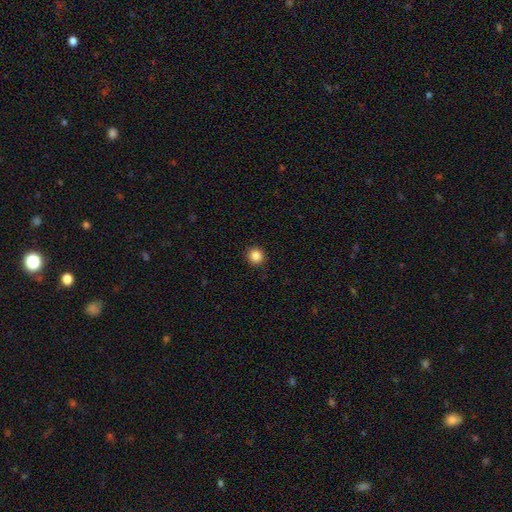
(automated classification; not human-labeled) A smooth galaxy with no disk features (86%) that is round (91%). Merging: none (92%).